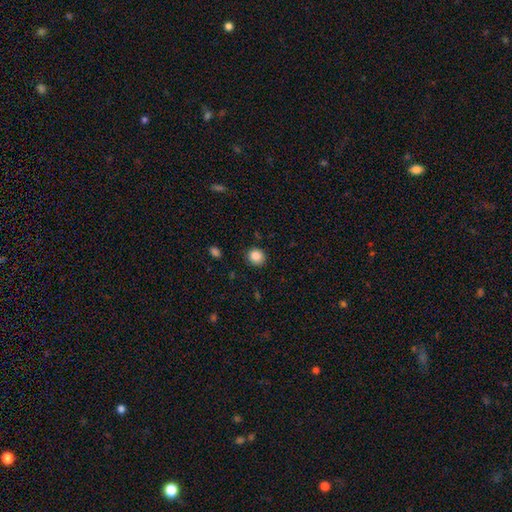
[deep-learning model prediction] smooth_or_featured: smooth (p=0.86) [alt: star or artifact p=0.10]
how_rounded: round (p=0.84) [alt: in between p=0.15]
merging: none (p=0.87) [alt: minor disturbance p=0.09]